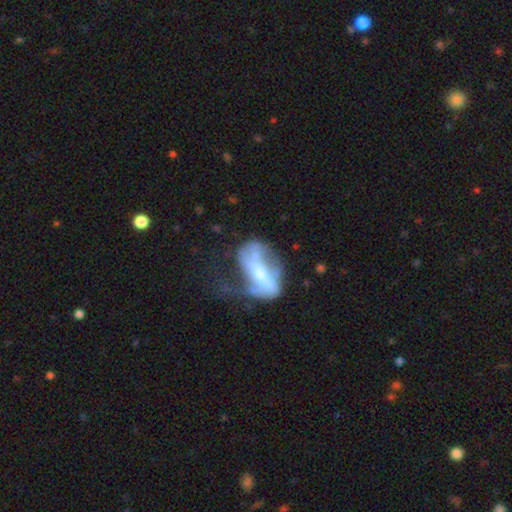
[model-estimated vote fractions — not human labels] smooth_or_featured: featured or disk (p=0.60) [alt: smooth p=0.31]
disk_edge_on: no (p=0.92) [alt: yes p=0.08]
bar: no (p=0.38) [alt: strong p=0.34]
has_spiral_arms: no (p=0.62) [alt: yes p=0.38]
bulge_size: moderate (p=0.40) [alt: small p=0.27]
merging: major disturbance (p=0.43) [alt: none p=0.21]